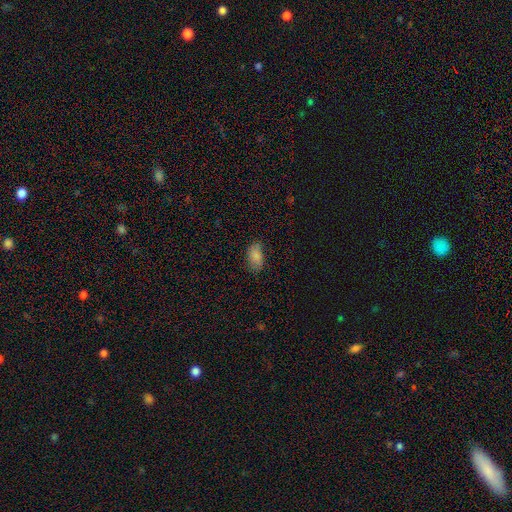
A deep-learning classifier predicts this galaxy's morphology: smooth-or-featured: smooth: 85% | star or artifact: 9% | featured or disk: 7%
  how-rounded: in between: 92% | round: 5% | cigar-shaped: 3%
  merging: none: 74% | minor disturbance: 20% | major disturbance: 5% | merger: 1%